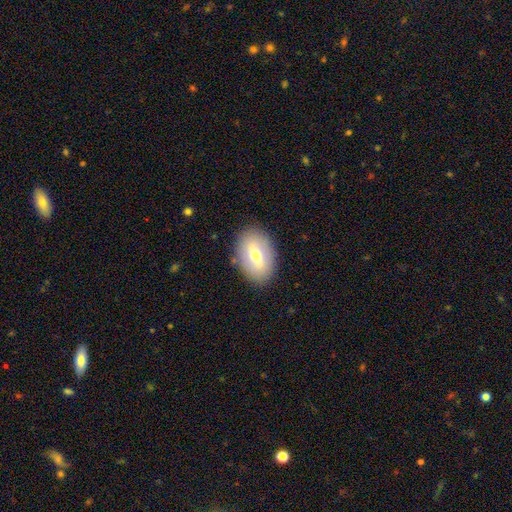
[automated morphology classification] A smooth galaxy with no disk features (57%) that is in between round and cigar-shaped (86%). Merging: none (86%).